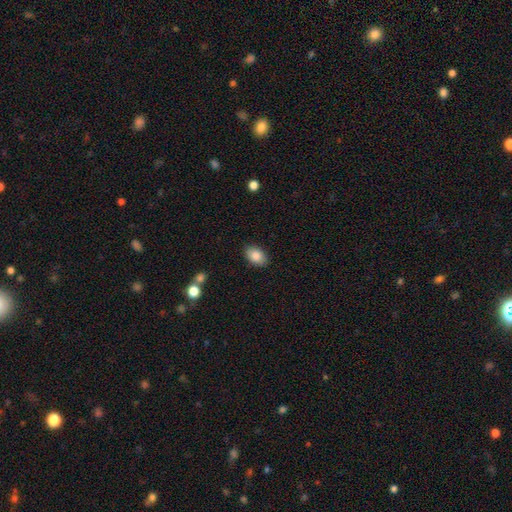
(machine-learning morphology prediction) This appears to be a smooth galaxy with no disk features (86%) that is in between round and cigar-shaped (87%). Merging: none (87%).